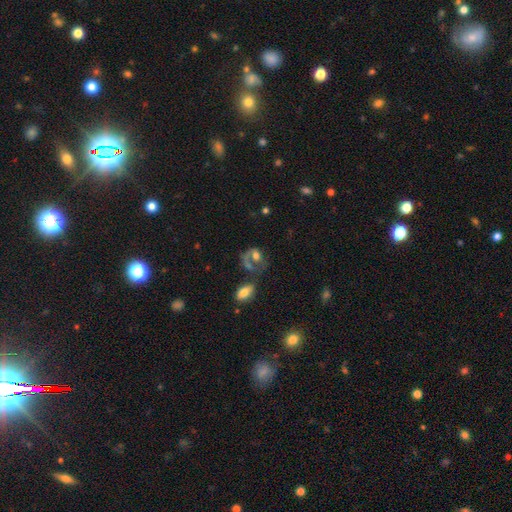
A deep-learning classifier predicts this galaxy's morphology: smooth_or_featured: featured or disk (p=0.45) [alt: smooth p=0.44]
merging: major disturbance (p=0.33) [alt: merger p=0.29]